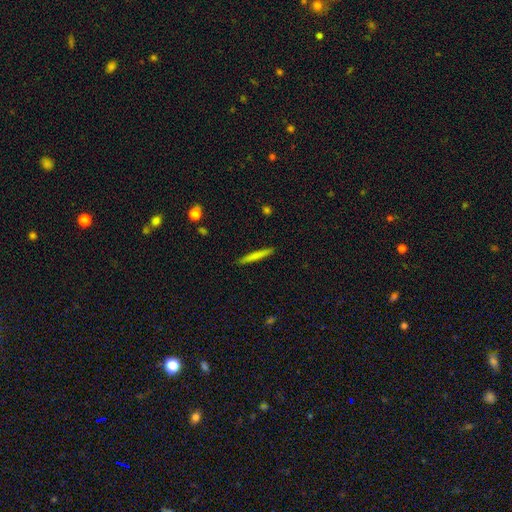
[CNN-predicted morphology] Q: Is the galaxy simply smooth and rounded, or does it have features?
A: smooth — 71%.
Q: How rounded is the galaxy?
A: cigar-shaped — 96%.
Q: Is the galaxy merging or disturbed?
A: none — 91%.